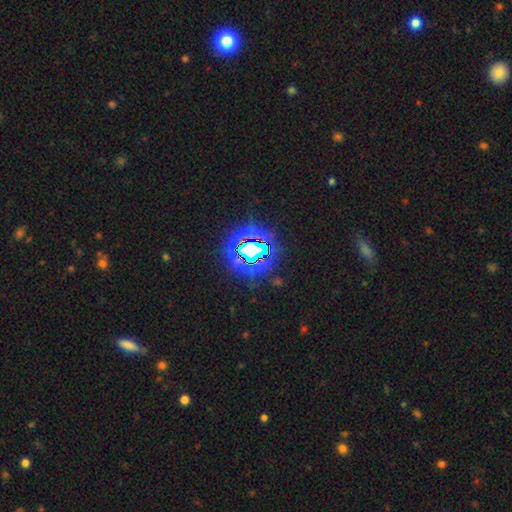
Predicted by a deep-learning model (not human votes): Morphology: type=star or artifact (79%).